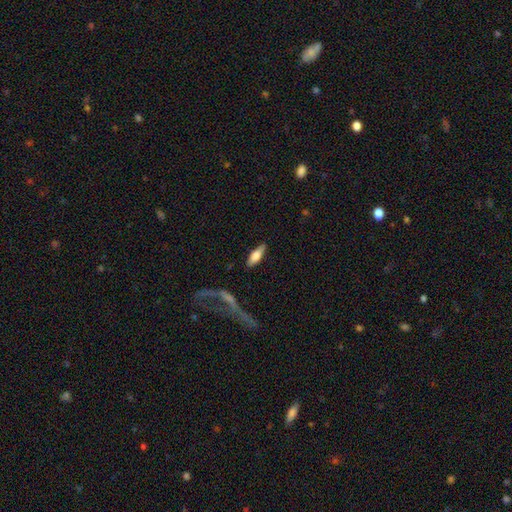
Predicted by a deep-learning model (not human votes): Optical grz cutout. It shows a smooth galaxy with no disk features (63%) that is in between round and cigar-shaped (61%). Merging: none (83%).